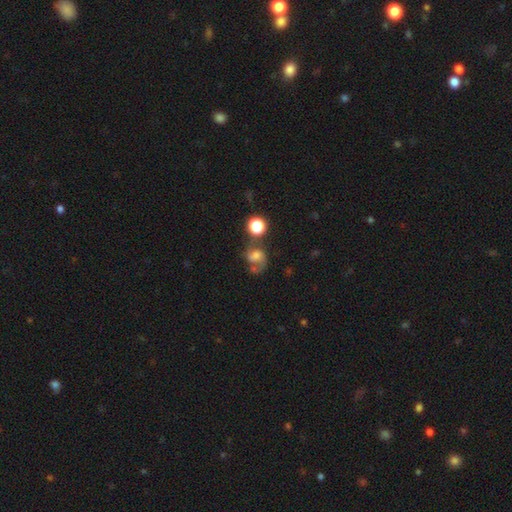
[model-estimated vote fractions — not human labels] Smooth or featured: featured or disk — 48% (smooth — 38%)
Merging: none — 37% (merger — 23%)